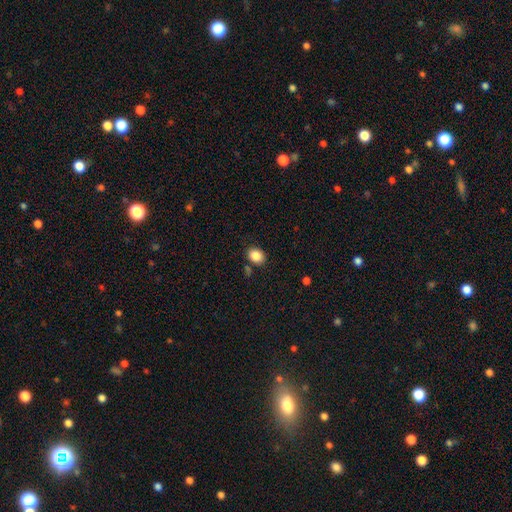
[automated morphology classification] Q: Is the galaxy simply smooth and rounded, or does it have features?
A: smooth — 86%.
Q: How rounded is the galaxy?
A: in between — 60%.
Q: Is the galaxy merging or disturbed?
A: none — 81%.